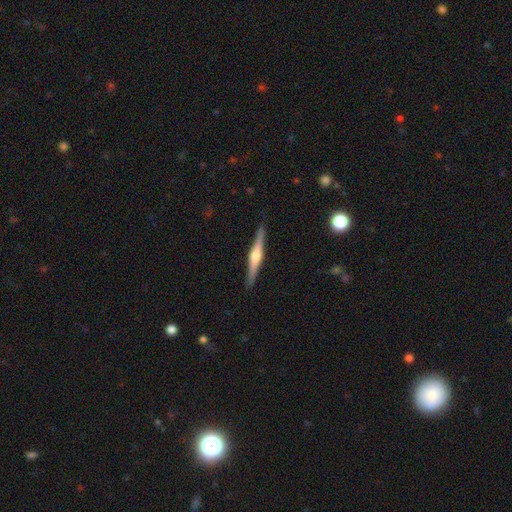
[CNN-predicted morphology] featured or disk 73%, smooth 22%, star or artifact 5%. Down the decision tree: edge-on disk — yes (98%); edge-on bulge — rounded (85%); merging — none (91%).